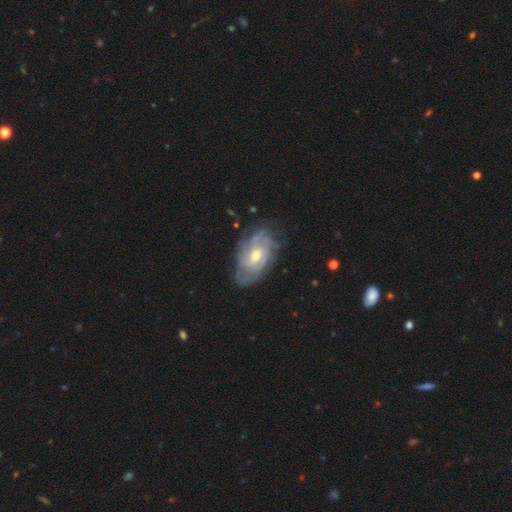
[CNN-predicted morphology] This is clearly a featured or disk galaxy (80%). It is clearly not viewed edge-on (95%). Bar: possibly no (58%). Spiral arm pattern: clearly yes (88%). Spiral arm count: possibly can't tell (50%). Spiral winding: likely tight (62%). Central bulge: likely moderate (68%). Merging: likely none (68%).